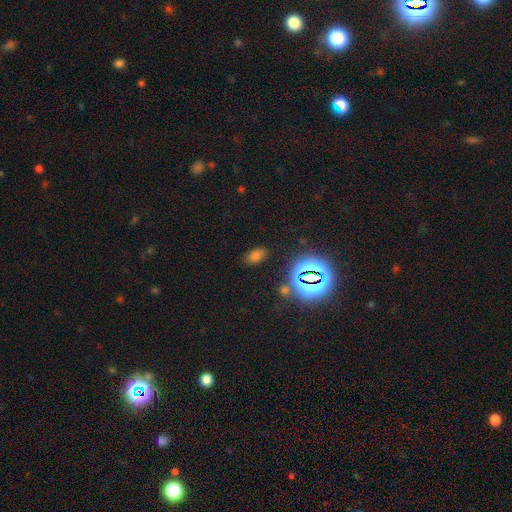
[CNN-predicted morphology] smooth 66%, star or artifact 27%, featured or disk 8%. Down the decision tree: how rounded — in between (88%); merging — none (82%).